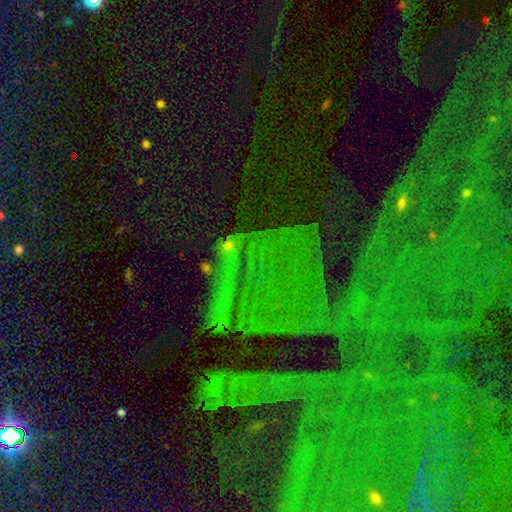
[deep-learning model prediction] smooth-or-featured: star or artifact: 78% | featured or disk: 12% | smooth: 10%